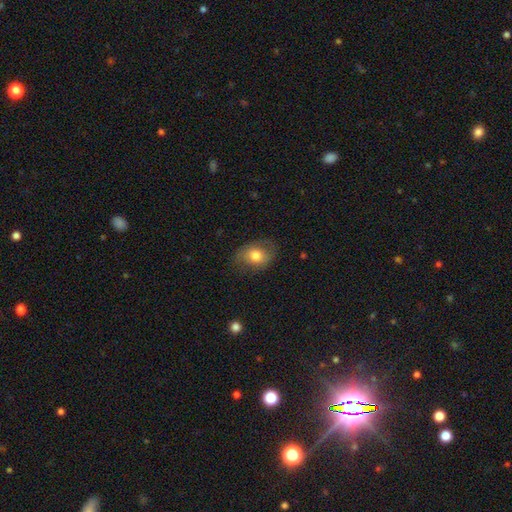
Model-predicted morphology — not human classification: smooth_or_featured: smooth (p=0.69) [alt: featured or disk p=0.23]
how_rounded: in between (p=0.67) [alt: round p=0.31]
merging: none (p=0.71) [alt: minor disturbance p=0.20]